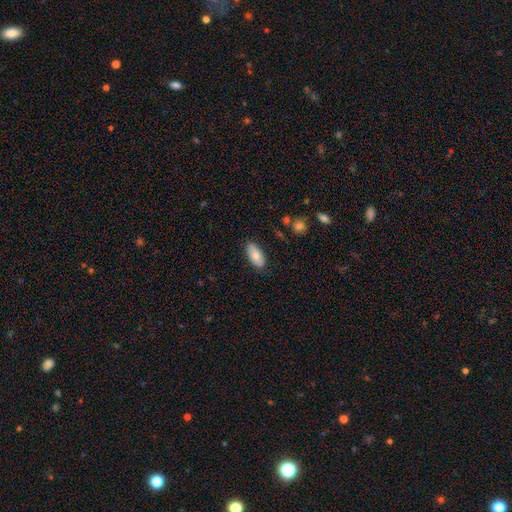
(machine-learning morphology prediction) Smooth or featured? Predicted: smooth (p=0.75). How rounded? Predicted: in between (p=0.92). Merging? Predicted: none (p=0.84).